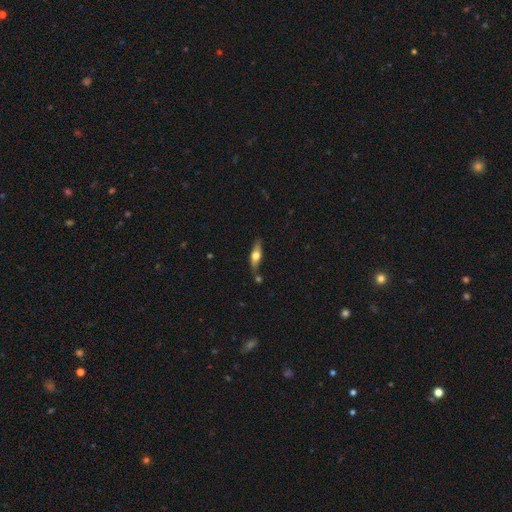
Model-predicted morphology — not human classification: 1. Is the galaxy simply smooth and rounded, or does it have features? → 49% featured or disk, 45% smooth, 6% star or artifact.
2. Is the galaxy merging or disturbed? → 72% none, 17% minor disturbance, 8% merger, 4% major disturbance.